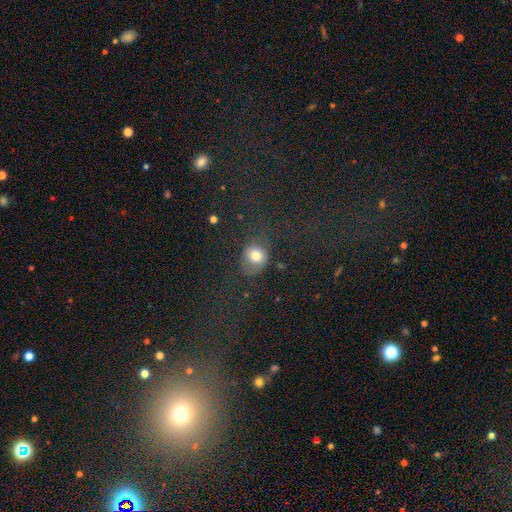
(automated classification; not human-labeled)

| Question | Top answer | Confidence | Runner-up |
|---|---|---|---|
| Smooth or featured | smooth | 77% | star or artifact (13%) |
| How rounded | round | 62% | in between (36%) |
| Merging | none | 57% | minor disturbance (22%) |